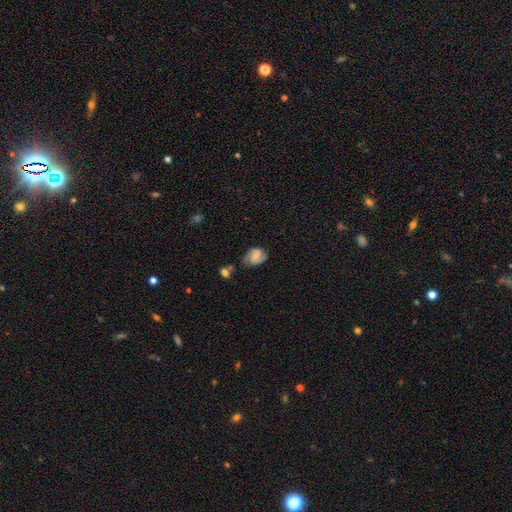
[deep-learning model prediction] Smooth or featured? Predicted: featured or disk (p=0.50). Merging? Predicted: none (p=0.49).